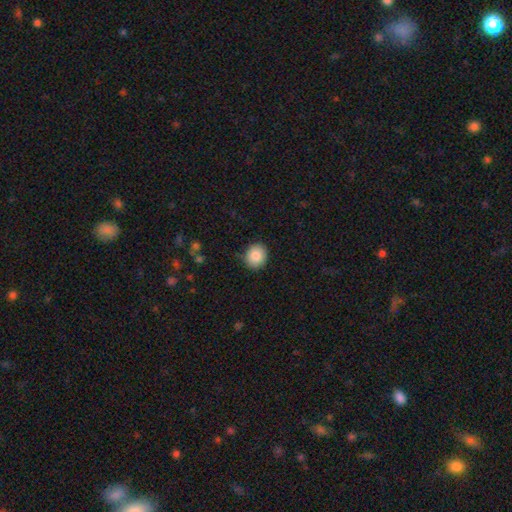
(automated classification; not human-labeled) This appears to be a smooth galaxy with no disk features (84%) that is round (77%). Merging: none (85%).